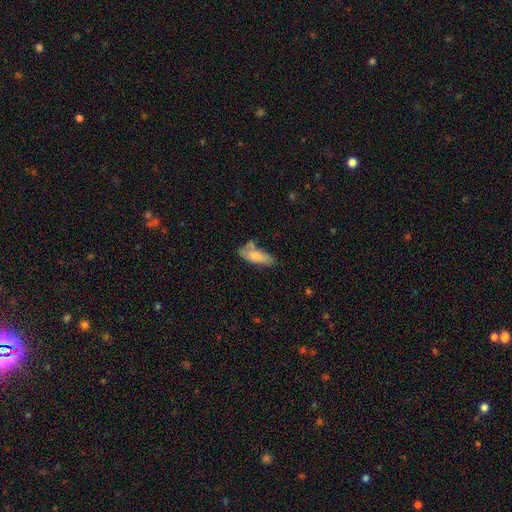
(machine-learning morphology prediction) A smooth galaxy with no disk features (78%) that is in between round and cigar-shaped (72%). Merging: none (51%).